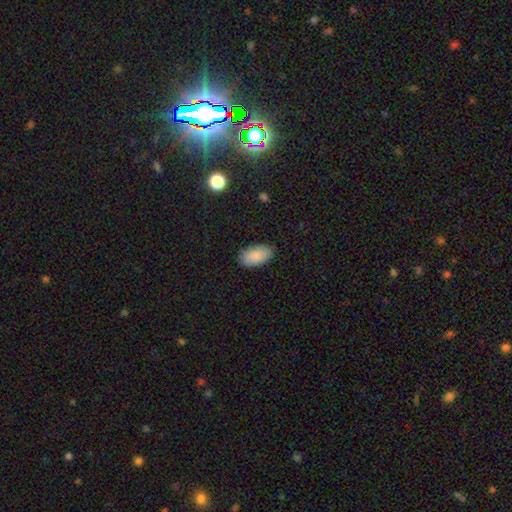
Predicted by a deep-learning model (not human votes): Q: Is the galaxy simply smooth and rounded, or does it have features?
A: smooth — 88%.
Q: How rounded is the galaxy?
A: in between — 95%.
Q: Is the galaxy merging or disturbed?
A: none — 86%.